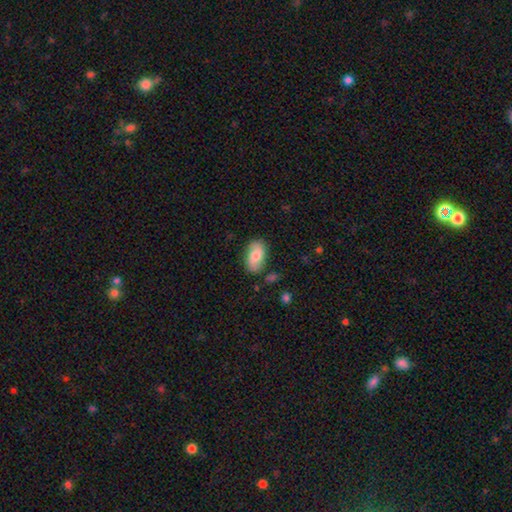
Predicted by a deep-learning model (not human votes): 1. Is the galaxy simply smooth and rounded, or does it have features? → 68% smooth, 25% featured or disk, 7% star or artifact.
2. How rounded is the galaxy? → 92% in between, 5% round, 2% cigar-shaped.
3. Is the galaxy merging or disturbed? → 78% none, 16% minor disturbance, 4% major disturbance, 3% merger.